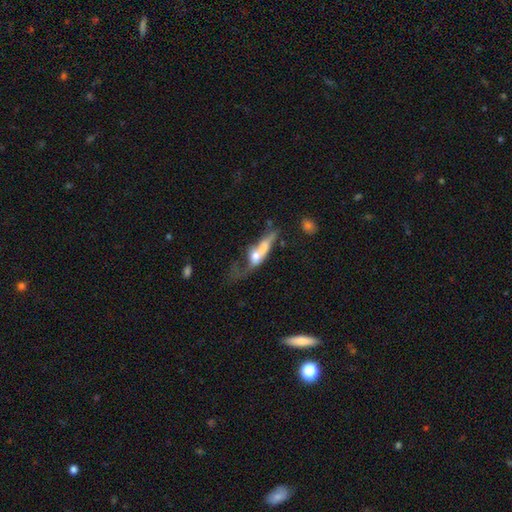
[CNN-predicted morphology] Smooth or featured: featured or disk — 47% (smooth — 43%)
Merging: major disturbance — 37% (merger — 33%)